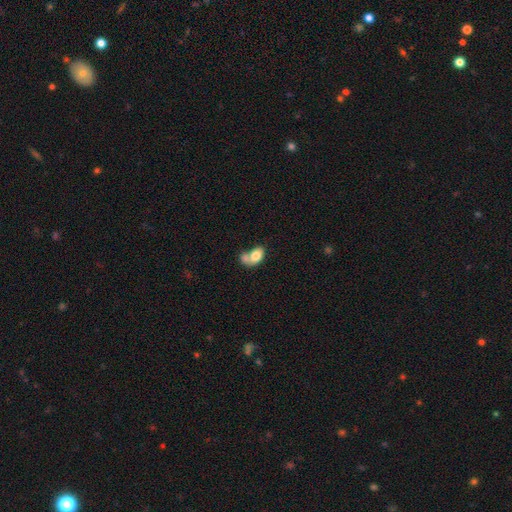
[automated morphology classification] Smooth or featured? smooth (75%)
How rounded? in between (83%)
Merging? merger (56%)